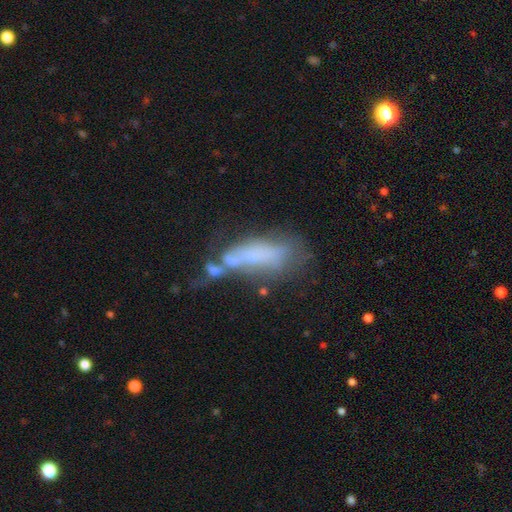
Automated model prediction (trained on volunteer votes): The model was most divided on "merging" (2-way tie): merger: 29%, major disturbance: 29%, none: 23%, minor disturbance: 19%. More confident: how rounded — in between (56%); smooth or featured — smooth (51%).